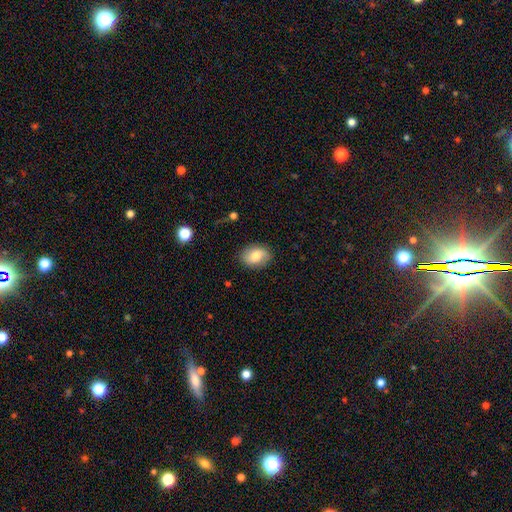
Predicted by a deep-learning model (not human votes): Smooth or featured: smooth — 72% (featured or disk — 20%)
How rounded: in between — 73% (round — 26%)
Merging: none — 84% (minor disturbance — 12%)